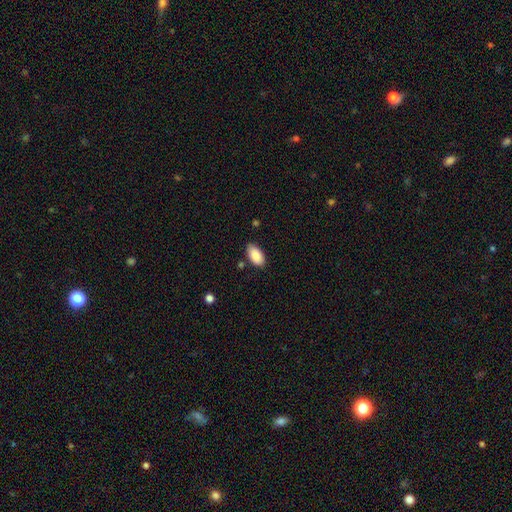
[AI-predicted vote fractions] A smooth galaxy with no disk features (88%) that is in between round and cigar-shaped (95%). Merging: none (81%).